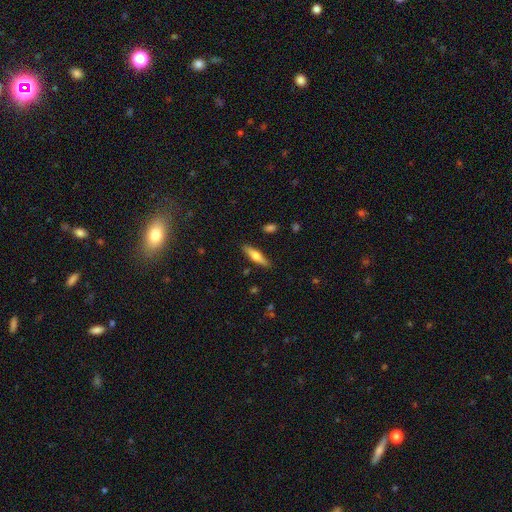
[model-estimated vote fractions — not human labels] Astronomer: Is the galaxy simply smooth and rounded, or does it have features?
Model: smooth — 54% (runner-up: featured or disk, 40%).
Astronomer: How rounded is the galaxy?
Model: cigar-shaped — 71%.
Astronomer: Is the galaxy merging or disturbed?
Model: none — 87%.